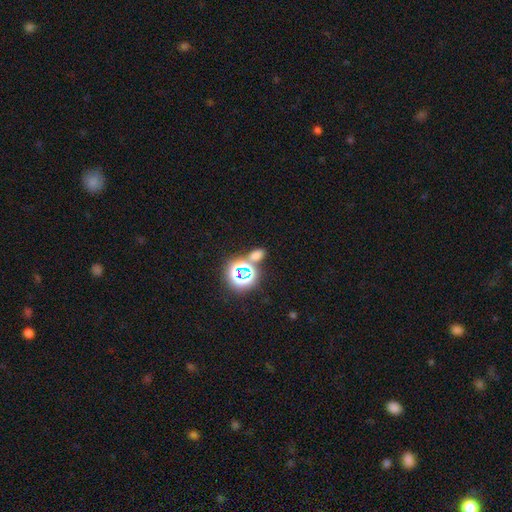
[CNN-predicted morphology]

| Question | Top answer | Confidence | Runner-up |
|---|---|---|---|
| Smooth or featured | smooth | 54% | star or artifact (38%) |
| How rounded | in between | 71% | round (26%) |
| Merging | none | 70% | merger (16%) |